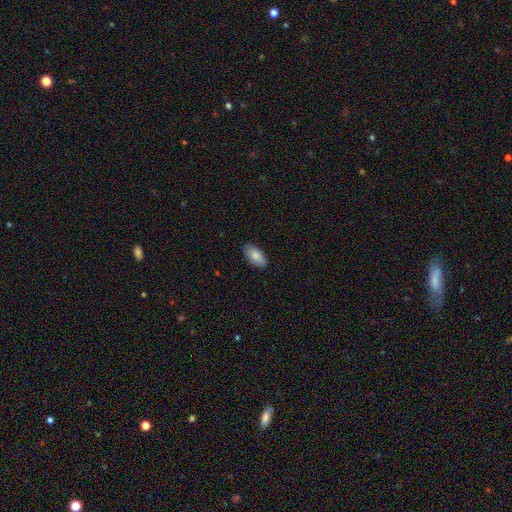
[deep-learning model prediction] Smooth or featured? smooth (84%)
How rounded? in between (93%)
Merging? none (88%)